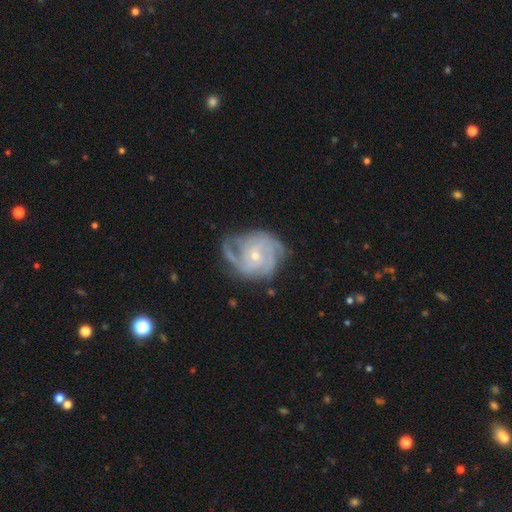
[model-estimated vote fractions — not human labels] featured or disk 86%, smooth 8%, star or artifact 6%. Down the decision tree: edge-on disk — no (98%); bar — no (68%); spiral arms — yes (96%); spiral arm count — 3 (28%); spiral winding — tight (58%); bulge size — small (70%); merging — none (64%).